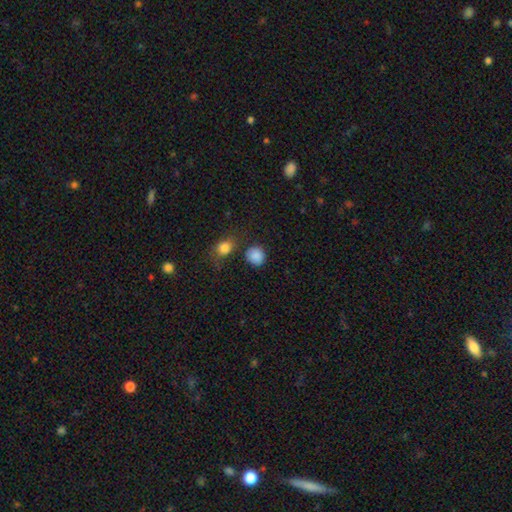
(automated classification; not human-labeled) Overall: smooth (86%). How rounded: round (83%). Merging: none (73%).